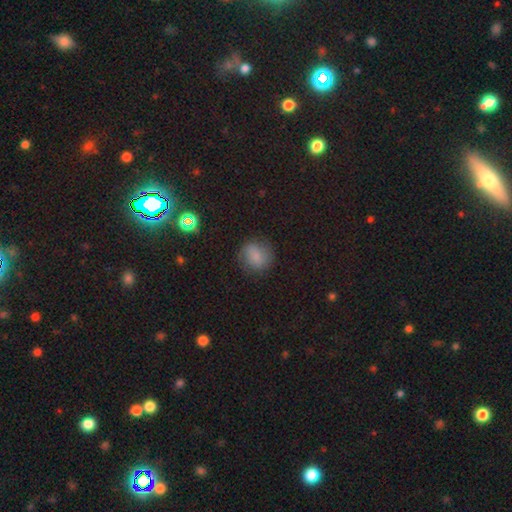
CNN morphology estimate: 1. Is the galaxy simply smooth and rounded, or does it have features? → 70% smooth, 17% featured or disk, 13% star or artifact.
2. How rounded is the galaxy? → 80% round, 19% in between, 1% cigar-shaped.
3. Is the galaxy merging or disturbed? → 77% none, 16% minor disturbance, 6% major disturbance, 1% merger.